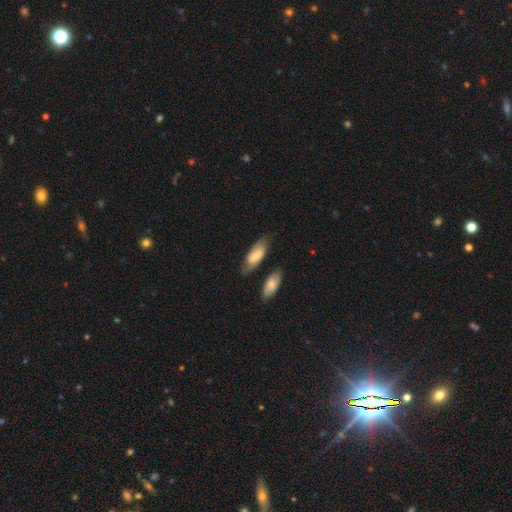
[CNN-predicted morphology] The model was most divided on "smooth or featured": smooth: 65%, featured or disk: 29%, star or artifact: 6%. More confident: how rounded — in between (80%); merging — none (70%).